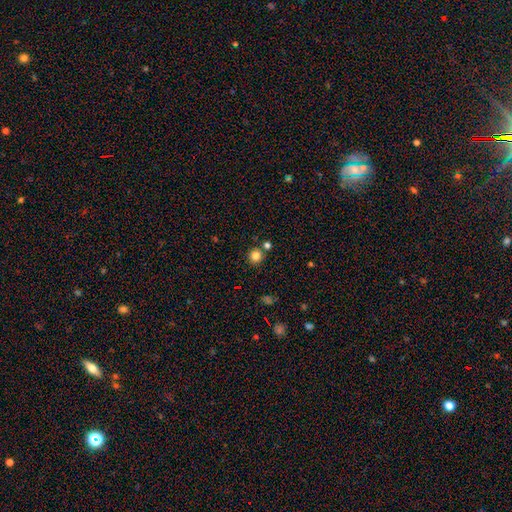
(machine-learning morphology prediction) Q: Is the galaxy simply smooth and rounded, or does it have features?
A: smooth — 82%.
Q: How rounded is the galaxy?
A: round — 93%.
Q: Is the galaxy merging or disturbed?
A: none — 83%.